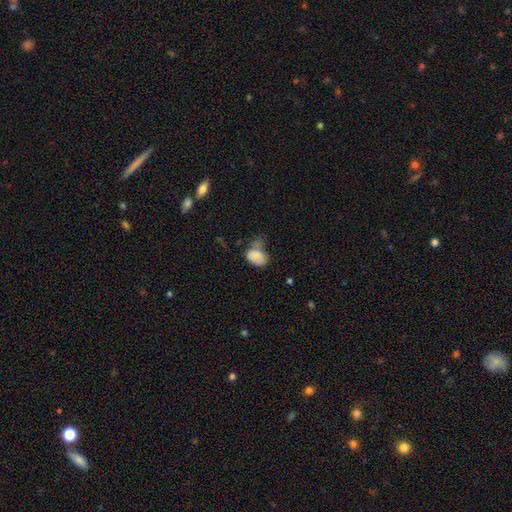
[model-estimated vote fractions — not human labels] smooth-or-featured: smooth: 80% | featured or disk: 11% | star or artifact: 9%
  how-rounded: in between: 78% | round: 20% | cigar-shaped: 1%
  merging: minor disturbance: 35% | none: 32% | major disturbance: 19% | merger: 14%